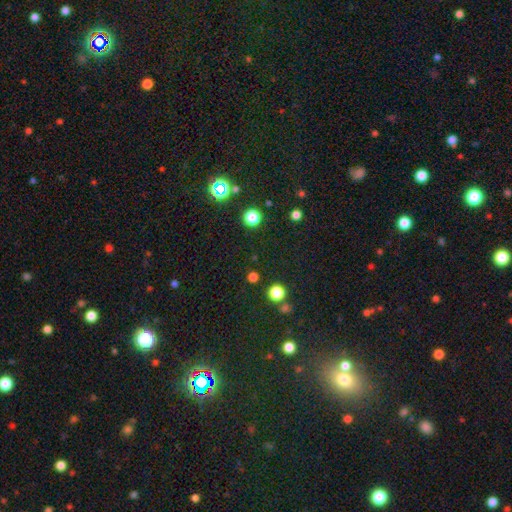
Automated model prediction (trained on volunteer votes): Smooth or featured?
  - star or artifact: 66% *
  - smooth: 26%
  - featured or disk: 8%